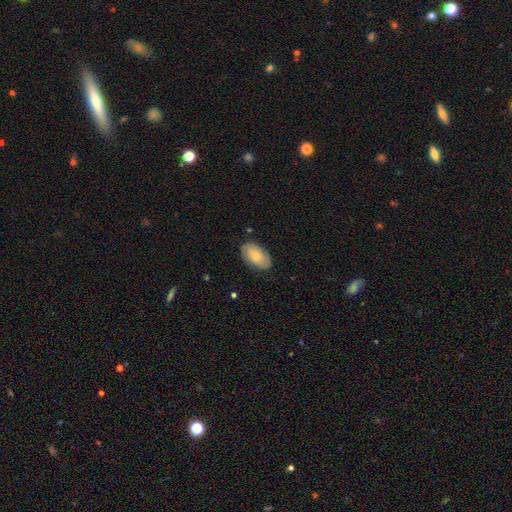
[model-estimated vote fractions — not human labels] smooth 57%, featured or disk 36%, star or artifact 6%. Down the decision tree: how rounded — in between (93%); merging — none (82%).